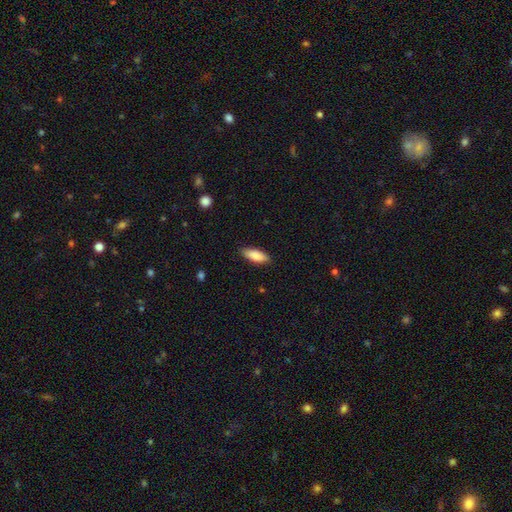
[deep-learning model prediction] A smooth galaxy with no disk features (86%) that is in between round and cigar-shaped (71%). Merging: none (85%).